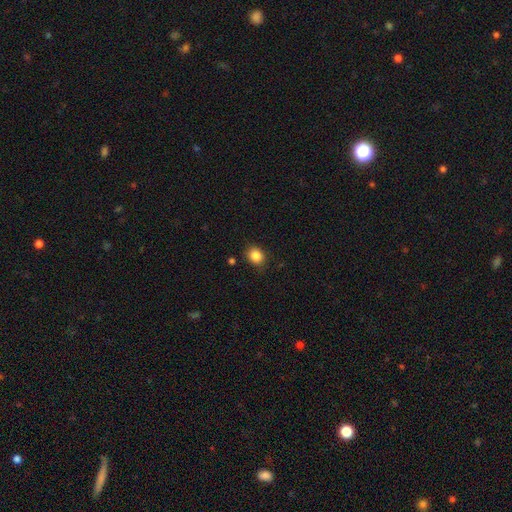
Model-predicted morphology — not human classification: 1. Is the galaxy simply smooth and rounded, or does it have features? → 85% smooth, 10% star or artifact, 5% featured or disk.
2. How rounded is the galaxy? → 62% round, 37% in between, 1% cigar-shaped.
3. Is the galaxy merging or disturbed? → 85% none, 11% minor disturbance, 3% major disturbance, 2% merger.